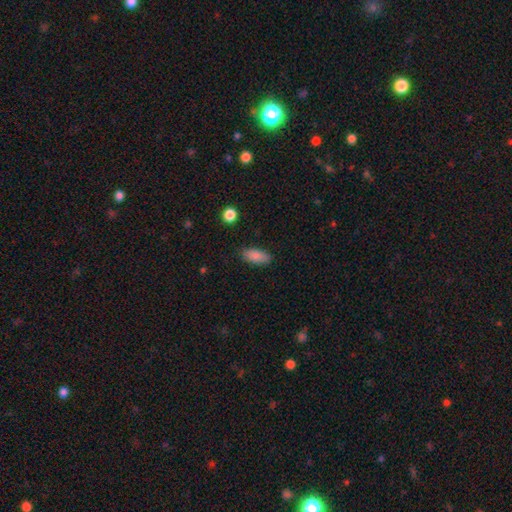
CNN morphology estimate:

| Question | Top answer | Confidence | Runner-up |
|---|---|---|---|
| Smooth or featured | smooth | 87% | star or artifact (7%) |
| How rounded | in between | 85% | cigar-shaped (12%) |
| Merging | none | 85% | minor disturbance (11%) |